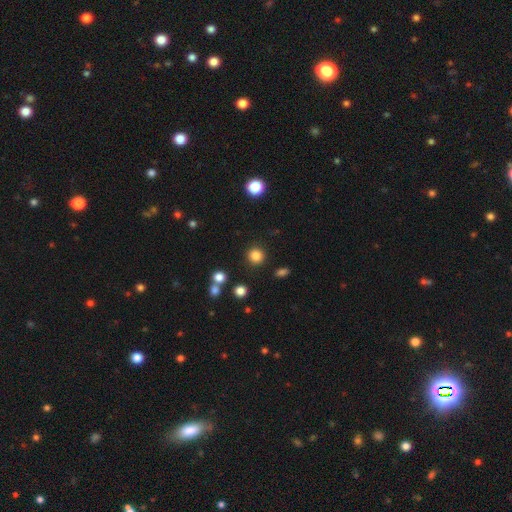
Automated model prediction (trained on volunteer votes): Smooth or featured? Predicted: smooth (p=0.84). How rounded? Predicted: round (p=0.92). Merging? Predicted: none (p=0.89).